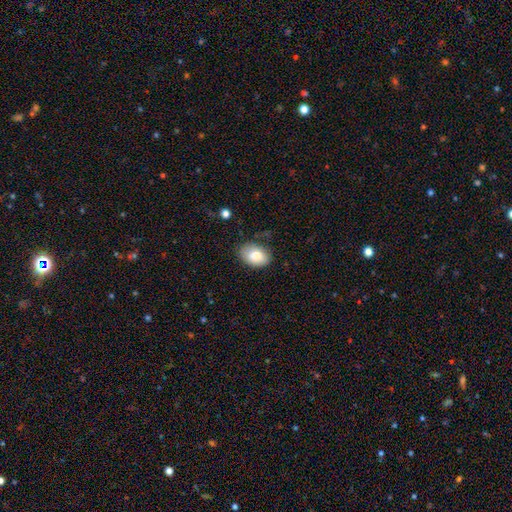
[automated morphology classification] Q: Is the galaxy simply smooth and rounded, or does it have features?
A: smooth — 83%.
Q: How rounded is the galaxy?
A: in between — 85%.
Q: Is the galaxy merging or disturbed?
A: none — 77%.